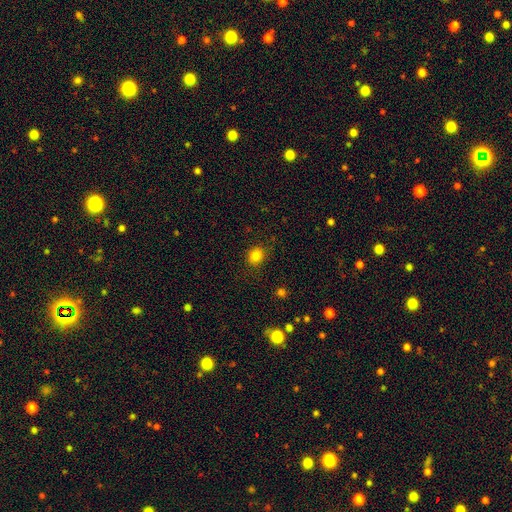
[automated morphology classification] Overall: smooth (82%). How rounded: round (76%). Merging: none (86%).